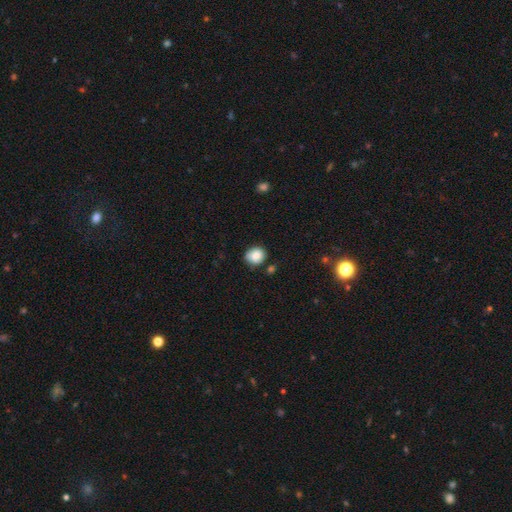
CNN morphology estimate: Smooth or featured? smooth (85%)
How rounded? round (73%)
Merging? none (79%)